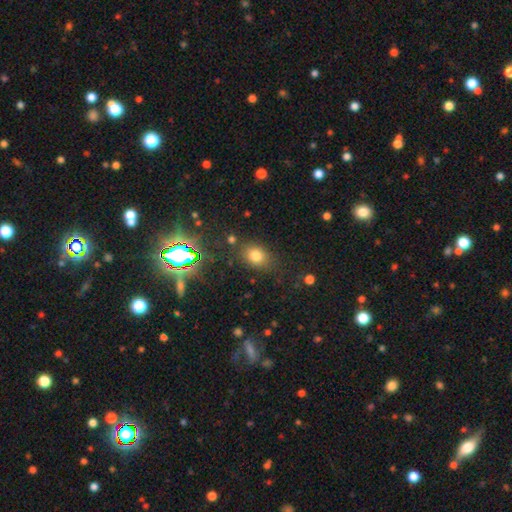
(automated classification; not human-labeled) A smooth galaxy with no disk features (74%) that is in between round and cigar-shaped (55%). Merging: none (78%).